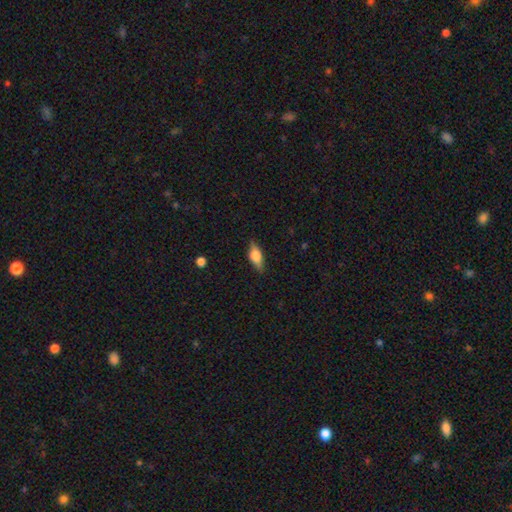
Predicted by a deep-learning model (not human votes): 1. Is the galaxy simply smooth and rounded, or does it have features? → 60% smooth, 32% featured or disk, 8% star or artifact.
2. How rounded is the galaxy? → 76% in between, 20% cigar-shaped, 5% round.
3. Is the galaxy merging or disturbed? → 80% none, 16% minor disturbance, 3% major disturbance, 1% merger.